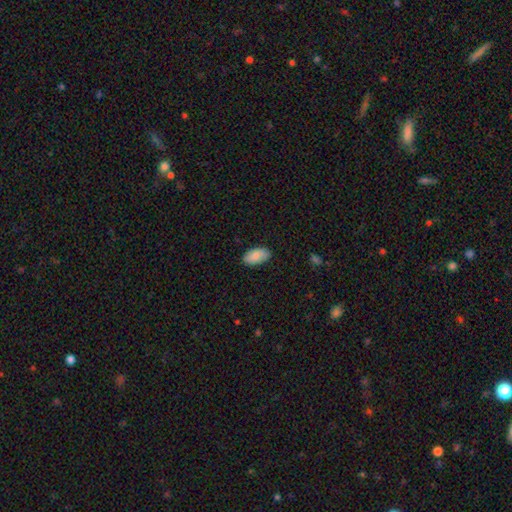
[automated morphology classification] Overall: smooth (87%). How rounded: in between (95%). Merging: none (86%).